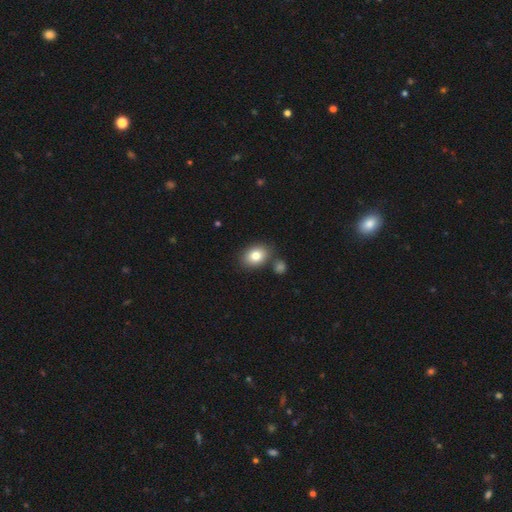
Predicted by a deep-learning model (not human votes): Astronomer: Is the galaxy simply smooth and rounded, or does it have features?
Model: smooth — 81%.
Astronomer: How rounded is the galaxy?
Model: in between — 71%.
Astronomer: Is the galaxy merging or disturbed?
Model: none — 75%.